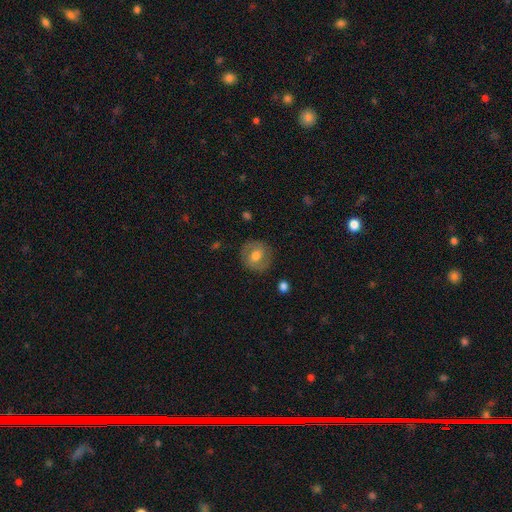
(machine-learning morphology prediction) Smooth or featured?
  - smooth: 59% *
  - featured or disk: 34%
  - star or artifact: 8%
How rounded?
  - round: 86% *
  - in between: 13%
  - cigar-shaped: 1%
Merging?
  - none: 84% *
  - minor disturbance: 11%
  - major disturbance: 4%
  - merger: 1%